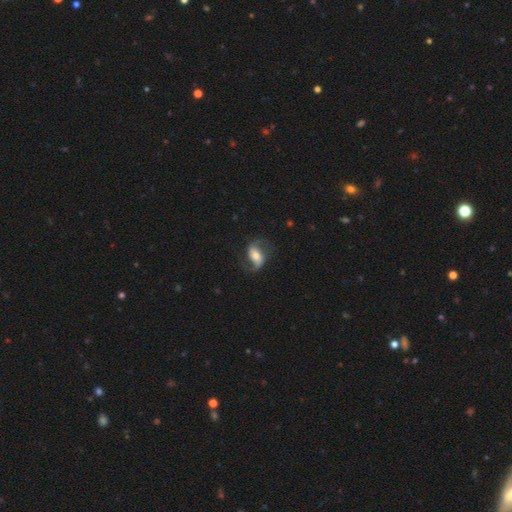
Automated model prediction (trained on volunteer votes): This is likely a featured or disk galaxy (73%). It is clearly not viewed edge-on (95%). Bar: marginally weak (36%). Spiral arm pattern: clearly yes (91%). Spiral arm count: clearly 2 (88%). Spiral winding: possibly loose (58%). Central bulge: possibly moderate (58%). Merging: likely none (68%).